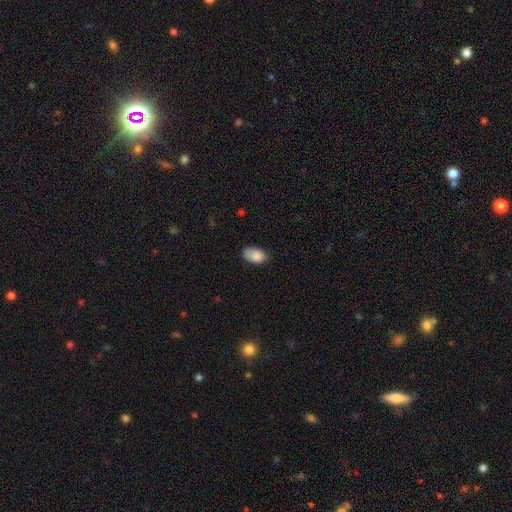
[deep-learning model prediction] A smooth galaxy with no disk features (87%) that is in between round and cigar-shaped (91%). Merging: none (70%).